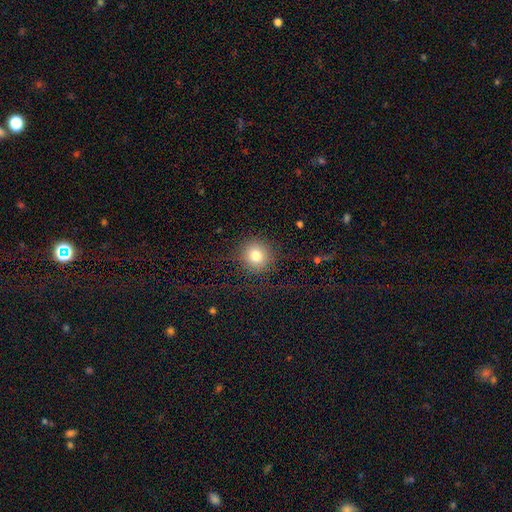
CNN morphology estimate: A smooth galaxy with no disk features (79%) that is round (93%). Merging: none (82%).